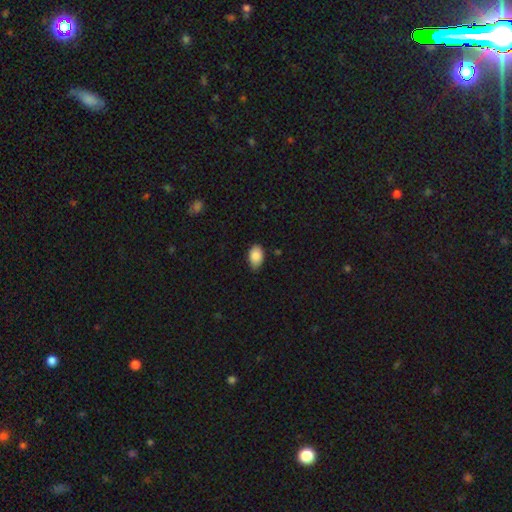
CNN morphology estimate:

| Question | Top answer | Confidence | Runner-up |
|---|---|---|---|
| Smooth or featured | smooth | 87% | star or artifact (7%) |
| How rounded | in between | 89% | round (10%) |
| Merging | none | 72% | minor disturbance (24%) |